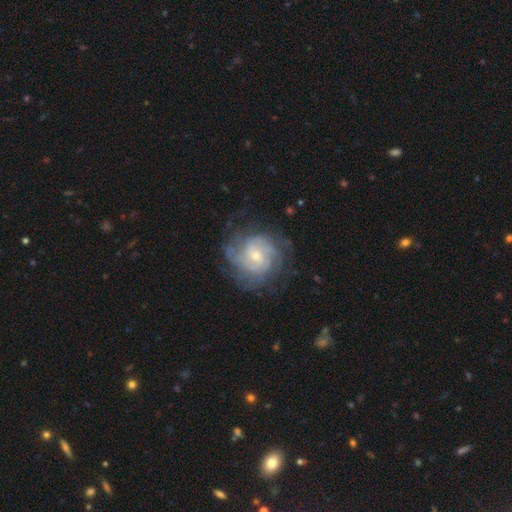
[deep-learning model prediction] featured or disk 78%, smooth 15%, star or artifact 7%. Down the decision tree: edge-on disk — no (98%); bar — no (66%); spiral arms — yes (91%); spiral arm count — can't tell (42%); spiral winding — tight (56%); bulge size — small (65%); merging — none (68%).